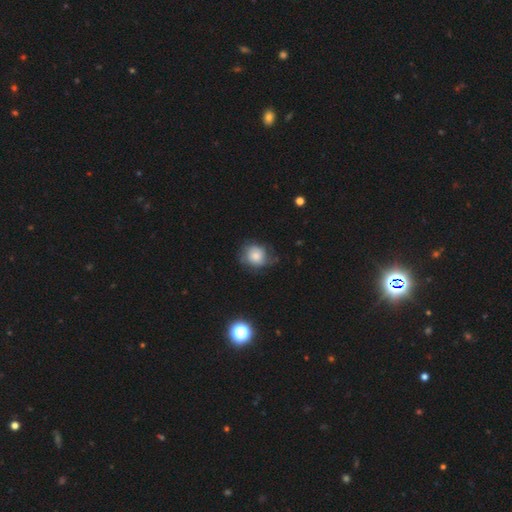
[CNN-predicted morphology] Smooth or featured? Predicted: smooth (p=0.66). How rounded? Predicted: round (p=0.77). Merging? Predicted: none (p=0.60).